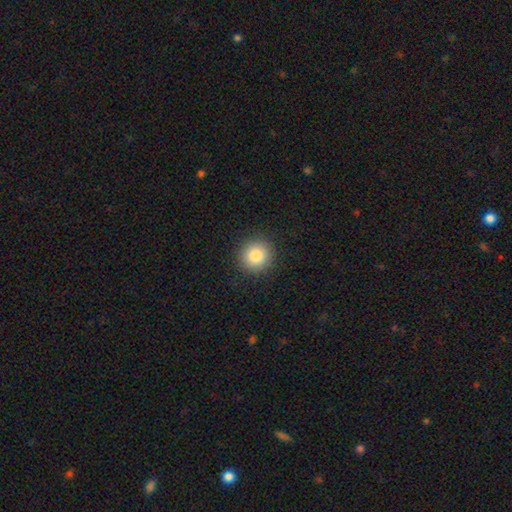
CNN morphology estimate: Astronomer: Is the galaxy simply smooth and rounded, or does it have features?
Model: smooth — 84%.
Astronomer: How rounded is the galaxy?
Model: round — 92%.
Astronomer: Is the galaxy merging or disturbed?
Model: none — 91%.